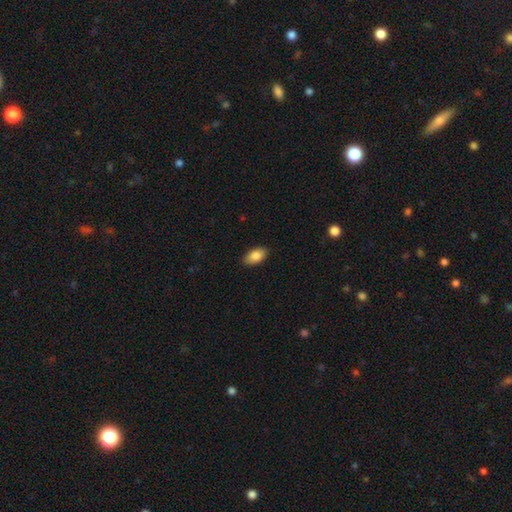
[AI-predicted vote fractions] A smooth galaxy with no disk features (86%) that is in between round and cigar-shaped (93%).

Vote fractions:
- Smooth or featured? smooth: 86% / featured or disk: 7% / star or artifact: 7%
- How rounded? in between: 93% / round: 4% / cigar-shaped: 3%
- Merging? none: 88% / minor disturbance: 9% / major disturbance: 2% / merger: 1%